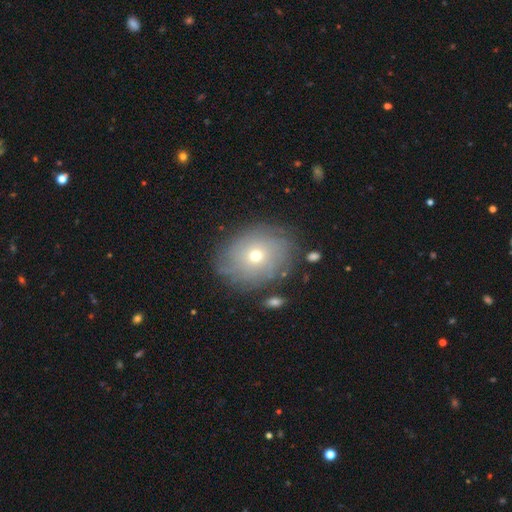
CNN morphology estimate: Smooth or featured? Predicted: smooth (p=0.46). Merging? Predicted: none (p=0.79).